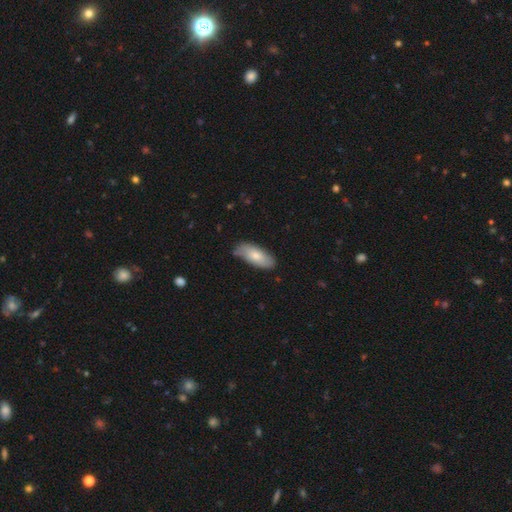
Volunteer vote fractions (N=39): Volunteers were most divided on "merging": none: 68%, minor disturbance: 24%, major disturbance: 8%, merger: 0%. More confident: how rounded — in between (89%); smooth or featured — smooth (69%).